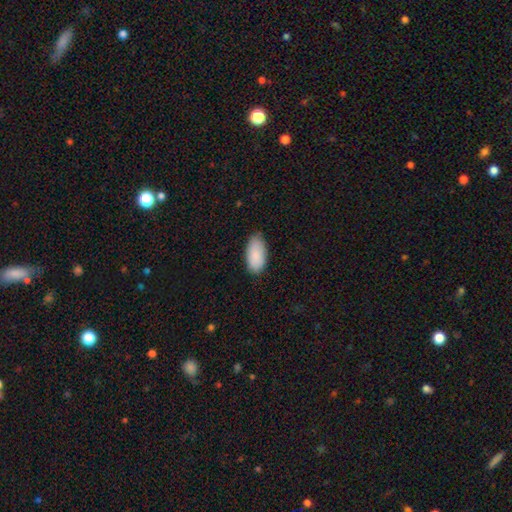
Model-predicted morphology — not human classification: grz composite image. It shows a smooth galaxy with no disk features (89%) that is in between round and cigar-shaped (94%). Merging: none (82%).